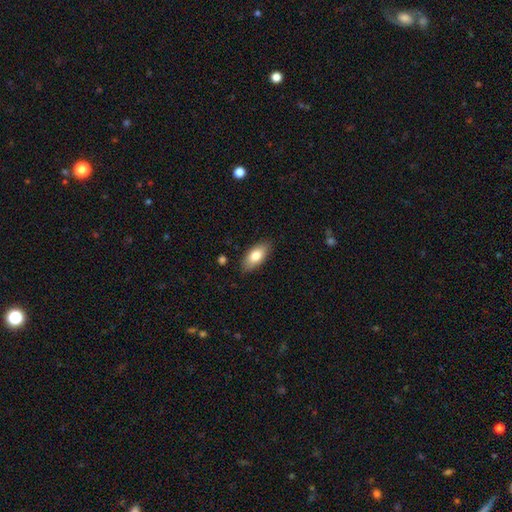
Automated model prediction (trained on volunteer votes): smooth 78%, featured or disk 16%, star or artifact 6%. Down the decision tree: how rounded — in between (89%); merging — none (85%).